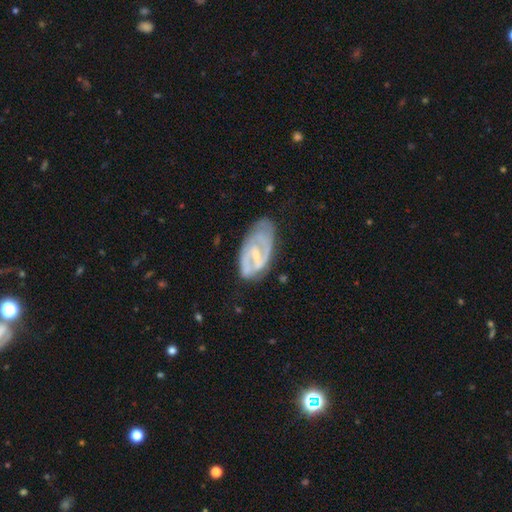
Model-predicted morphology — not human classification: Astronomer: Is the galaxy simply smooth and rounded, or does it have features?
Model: featured or disk — 78%.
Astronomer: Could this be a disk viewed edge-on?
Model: no — 95%.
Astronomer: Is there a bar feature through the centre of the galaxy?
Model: weak — 49% (runner-up: no, 25%).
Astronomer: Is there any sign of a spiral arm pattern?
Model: yes — 86%.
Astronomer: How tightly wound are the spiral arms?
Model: tight — 44% (runner-up: medium, 42%).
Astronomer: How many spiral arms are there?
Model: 2 — 66%.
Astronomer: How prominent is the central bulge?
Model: small — 61%.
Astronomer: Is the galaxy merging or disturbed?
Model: none — 62%.